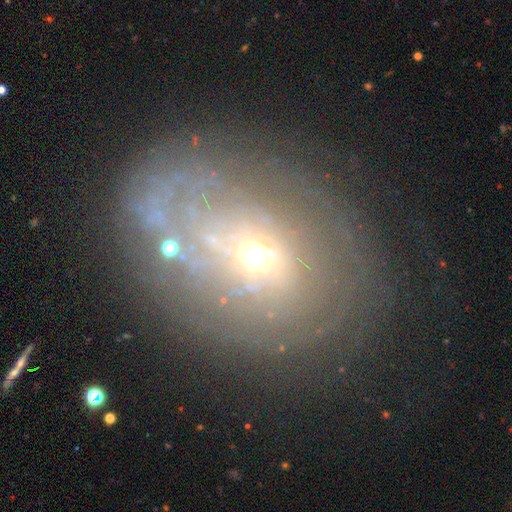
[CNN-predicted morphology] Smooth or featured: featured or disk — 58% (smooth — 28%)
Edge-on disk: no — 93% (yes — 7%)
Bar: no — 73% (weak — 20%)
Spiral arms: no — 55% (yes — 45%)
Bulge size: small — 50% (moderate — 42%)
Merging: none — 62% (minor disturbance — 19%)